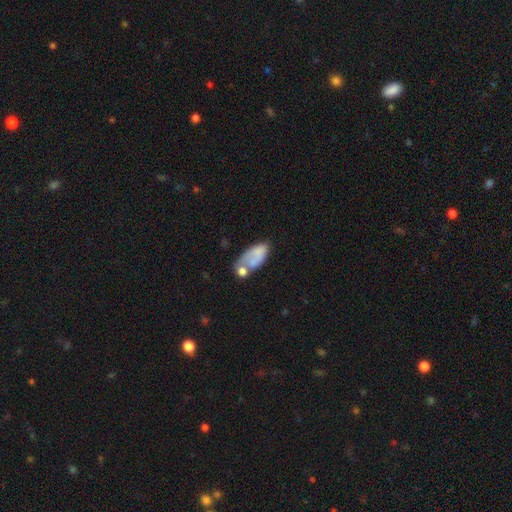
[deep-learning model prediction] The model was most divided on "merging": merger: 34%, none: 29%, minor disturbance: 21%, major disturbance: 17%. More confident: how rounded — in between (91%); smooth or featured — smooth (61%).